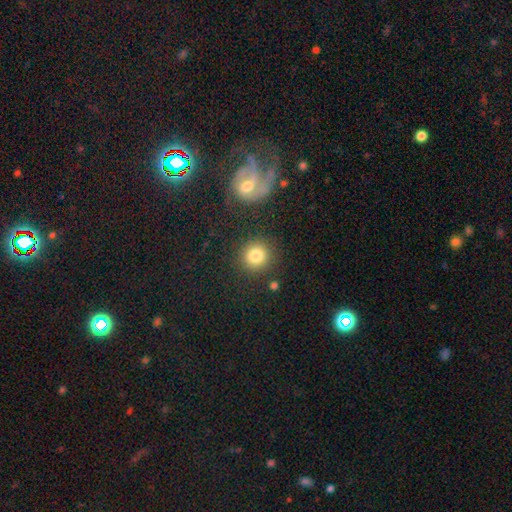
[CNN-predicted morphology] Smooth or featured: smooth — 83% (star or artifact — 11%)
How rounded: round — 89% (in between — 10%)
Merging: none — 85% (minor disturbance — 8%)